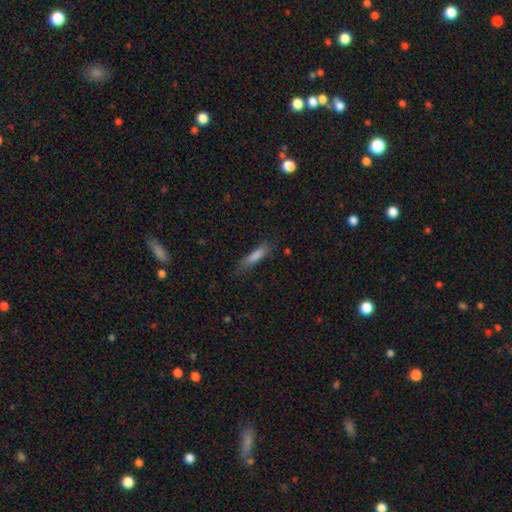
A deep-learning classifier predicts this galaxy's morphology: Overall: smooth (78%). How rounded: cigar-shaped (76%). Merging: none (73%).